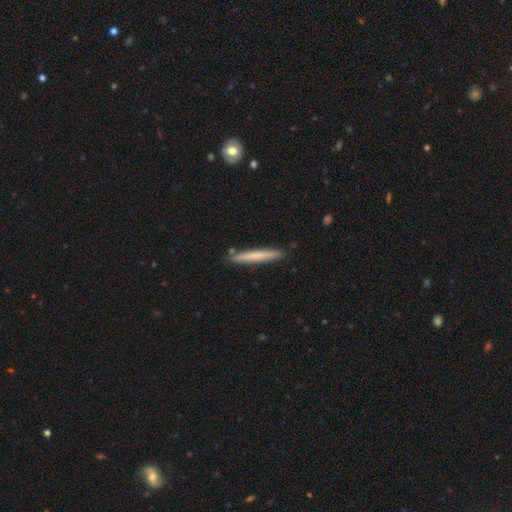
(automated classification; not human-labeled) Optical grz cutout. It shows a smooth galaxy with no disk features (64%) that is cigar-shaped (96%). Merging: none (89%).